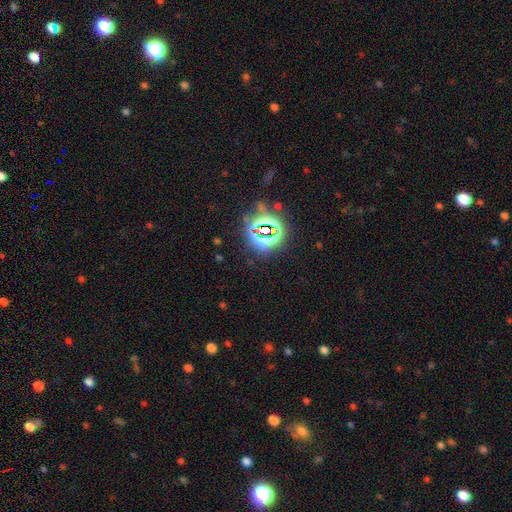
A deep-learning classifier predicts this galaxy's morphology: The model was most divided on "smooth or featured": star or artifact: 81%, smooth: 11%, featured or disk: 7%.